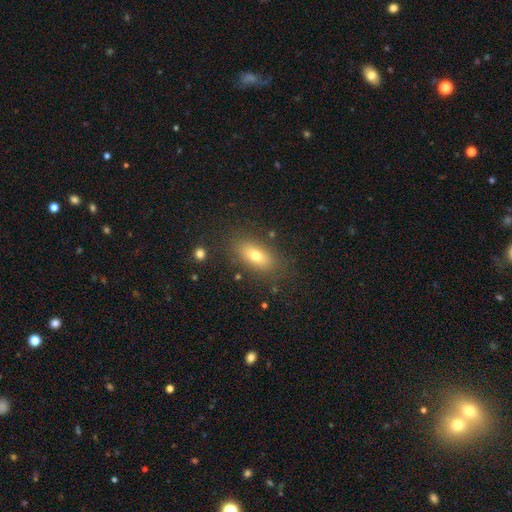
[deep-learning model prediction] A smooth galaxy with no disk features (72%) that is in between round and cigar-shaped (83%). Merging: none (83%).